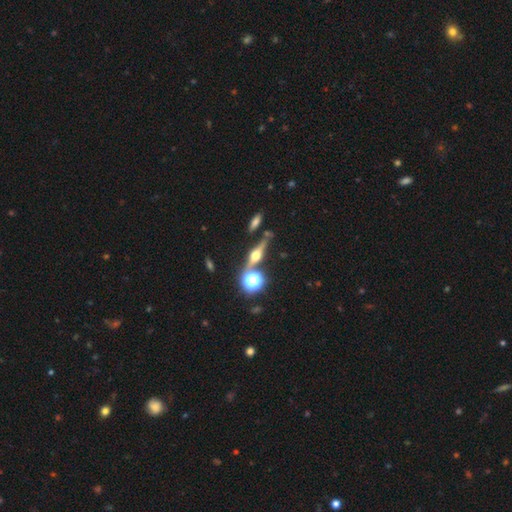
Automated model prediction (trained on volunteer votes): Q: Smooth or featured?
A: featured or disk (70%); runner-up: smooth (17%)
Q: Edge-on disk?
A: yes (94%); runner-up: no (6%)
Q: Edge-on bulge?
A: rounded (96%); runner-up: boxy (3%)
Q: Merging?
A: none (78%); runner-up: minor disturbance (9%)